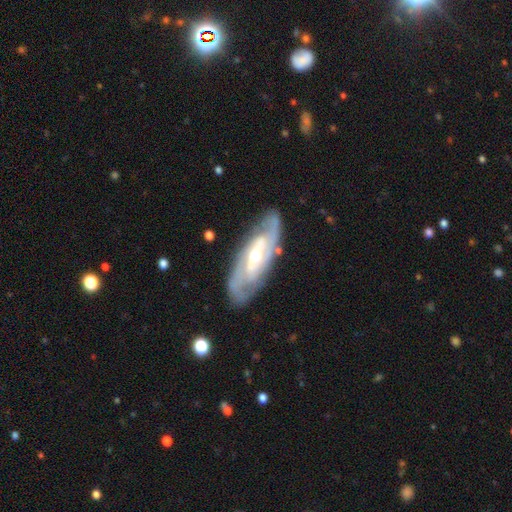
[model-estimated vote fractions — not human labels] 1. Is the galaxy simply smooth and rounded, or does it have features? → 85% featured or disk, 11% smooth, 4% star or artifact.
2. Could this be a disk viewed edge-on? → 88% no, 12% yes.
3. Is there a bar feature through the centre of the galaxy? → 38% weak, 37% no, 25% strong.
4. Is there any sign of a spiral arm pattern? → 89% yes, 11% no.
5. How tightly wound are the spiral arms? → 47% tight, 39% medium, 14% loose.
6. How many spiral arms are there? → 71% 2, 17% can't tell, 5% 3, 3% 1, 2% 4, 2% more than 4.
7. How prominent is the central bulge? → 68% moderate, 25% small, 6% large, 1% none, 1% dominant.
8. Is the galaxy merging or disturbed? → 81% none, 13% minor disturbance, 4% major disturbance, 2% merger.